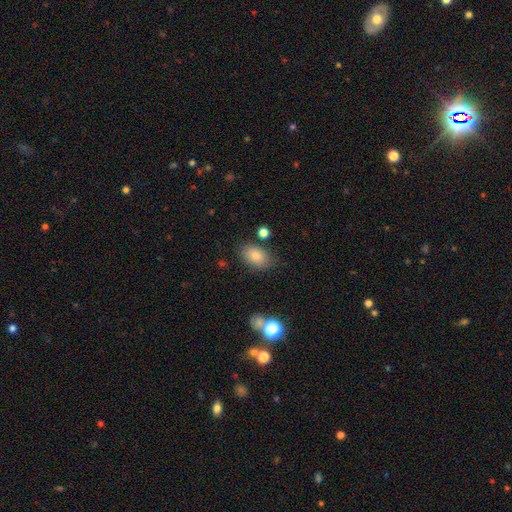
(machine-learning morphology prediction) smooth 85%, star or artifact 8%, featured or disk 7%. Down the decision tree: how rounded — in between (88%); merging — none (77%).